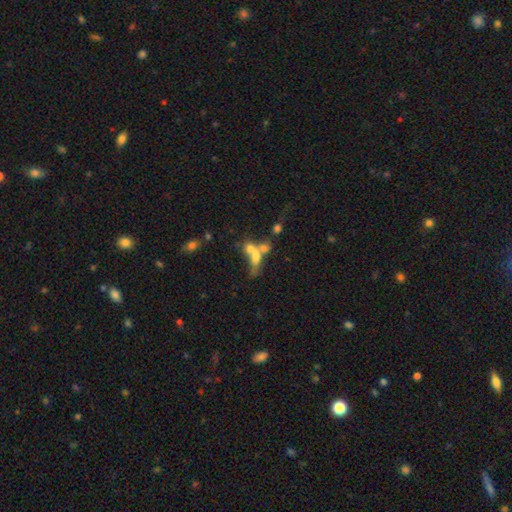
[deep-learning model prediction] Overall: smooth (54%; featured or disk 31%). How rounded: in between (57%; round 33%). Merging: merger (61%).